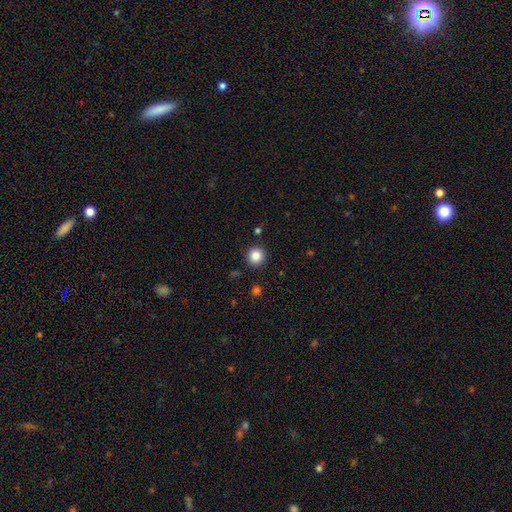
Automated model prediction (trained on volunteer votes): Morphology: type=smooth (86%); roundness=round (93%); merging=none (90%).